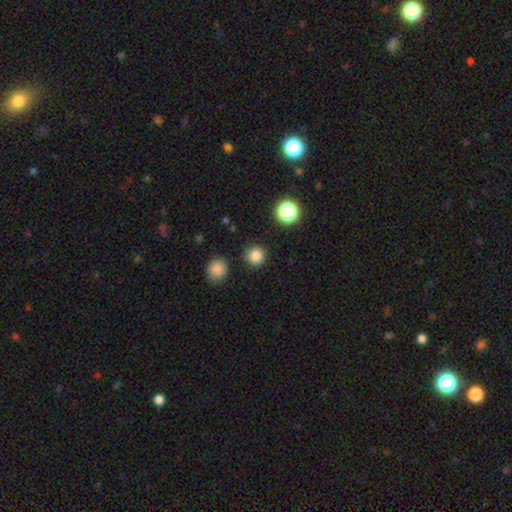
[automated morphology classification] A smooth galaxy with no disk features (83%) that is round (94%).

Vote fractions:
- Smooth or featured? smooth: 83% / star or artifact: 13% / featured or disk: 4%
- How rounded? round: 94% / in between: 5% / cigar-shaped: 1%
- Merging? none: 88% / minor disturbance: 7% / merger: 2% / major disturbance: 2%